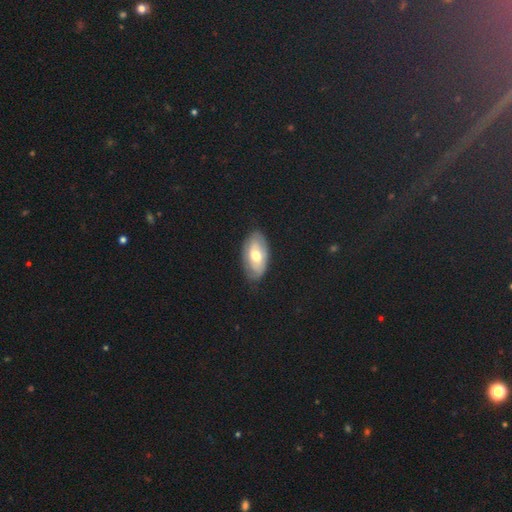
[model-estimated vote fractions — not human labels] This appears to be a smooth galaxy with no disk features (50%). Merging: none (77%).